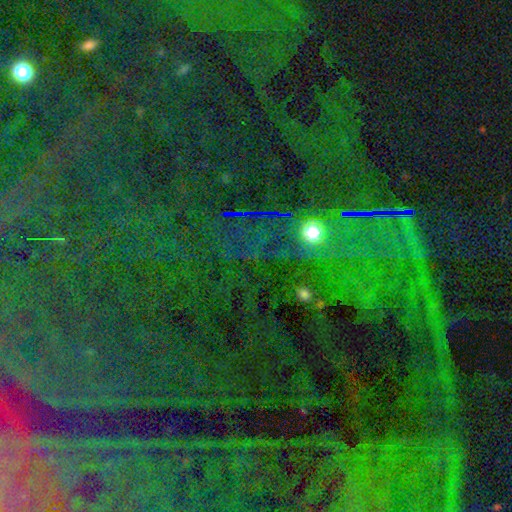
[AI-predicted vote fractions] This appears to be a star or artifact, not a galaxy (83%).